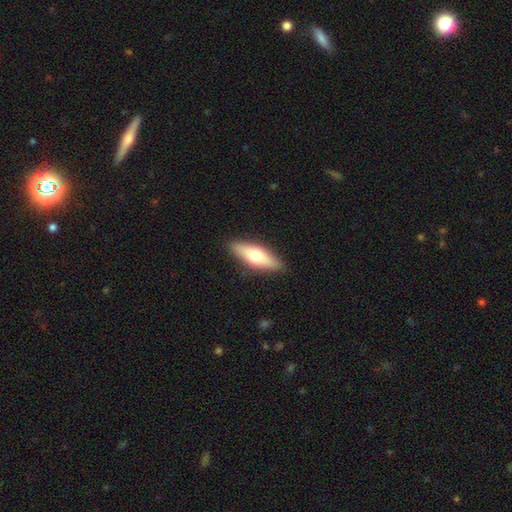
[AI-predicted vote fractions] A smooth galaxy with no disk features (57%) that is in between round and cigar-shaped (49%, tied with cigar-shaped).

Vote fractions:
- Smooth or featured? smooth: 57% / featured or disk: 37% / star or artifact: 6%
- How rounded? in between: 49% (tied) / cigar-shaped: 49% (tied) / round: 3%
- Merging? none: 88% / minor disturbance: 9% / major disturbance: 2% / merger: 1%